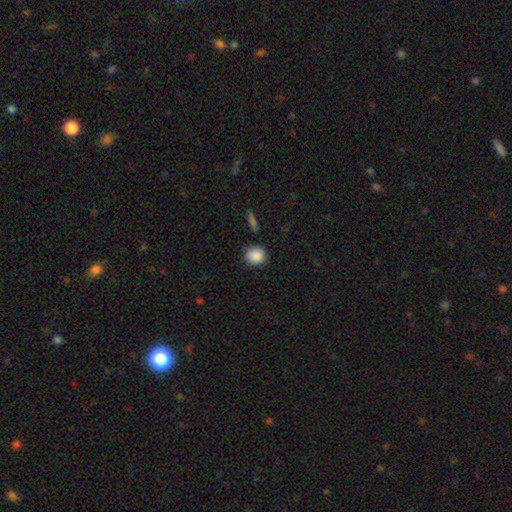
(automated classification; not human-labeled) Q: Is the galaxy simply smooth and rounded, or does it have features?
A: smooth — 88%.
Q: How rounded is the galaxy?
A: round — 84%.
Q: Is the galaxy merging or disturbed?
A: none — 84%.